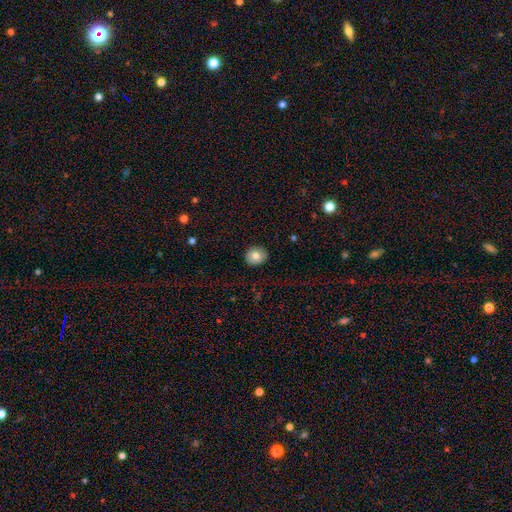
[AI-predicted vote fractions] Smooth or featured?
  - smooth: 81% *
  - featured or disk: 11%
  - star or artifact: 8%
How rounded?
  - round: 71% *
  - in between: 28%
  - cigar-shaped: 1%
Merging?
  - none: 90% *
  - minor disturbance: 7%
  - major disturbance: 2%
  - merger: 1%